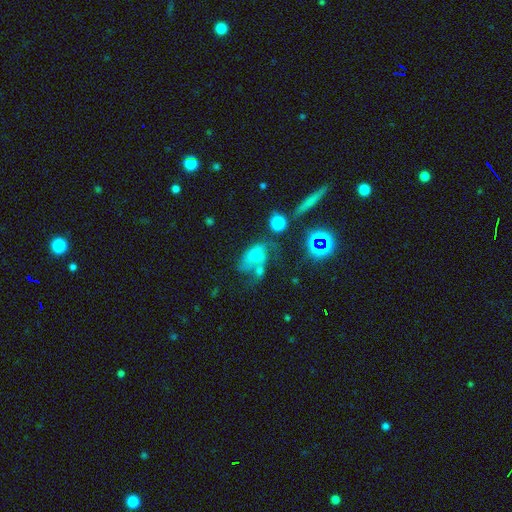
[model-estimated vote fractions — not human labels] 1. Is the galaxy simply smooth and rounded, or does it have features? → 47% smooth, 34% featured or disk, 18% star or artifact.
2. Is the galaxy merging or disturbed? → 33% merger, 27% major disturbance, 22% none, 18% minor disturbance.